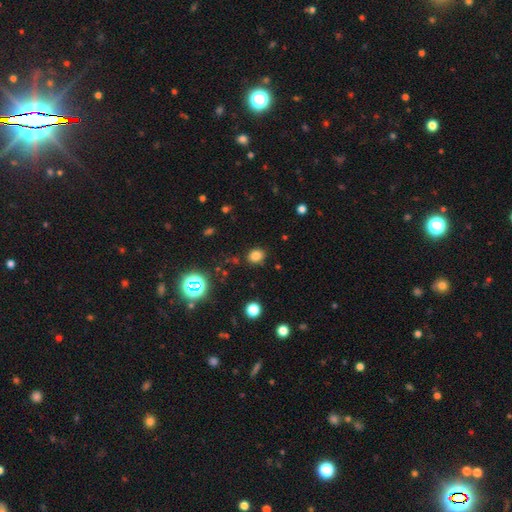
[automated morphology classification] Smooth or featured? smooth (79%)
How rounded? round (61%)
Merging? none (84%)